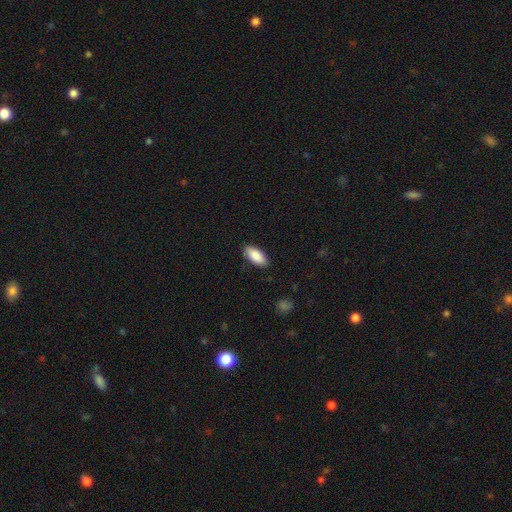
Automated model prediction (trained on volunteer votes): Smooth or featured?
  - smooth: 89% *
  - star or artifact: 6%
  - featured or disk: 5%
How rounded?
  - in between: 87% *
  - cigar-shaped: 11%
  - round: 2%
Merging?
  - none: 87% *
  - minor disturbance: 10%
  - major disturbance: 2%
  - merger: 1%